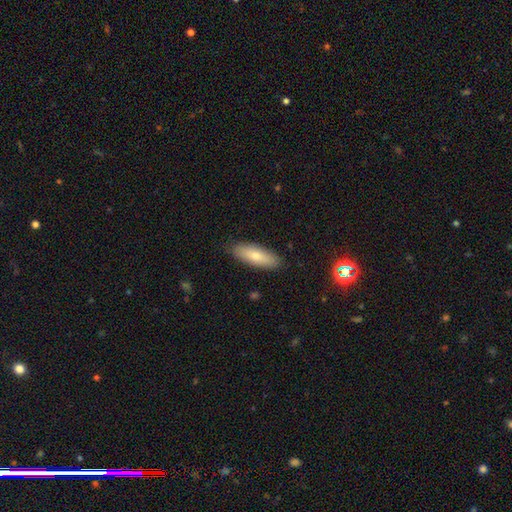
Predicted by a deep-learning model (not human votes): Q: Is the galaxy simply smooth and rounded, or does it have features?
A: smooth — 68%.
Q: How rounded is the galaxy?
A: in between — 58%.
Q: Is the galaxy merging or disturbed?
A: none — 87%.